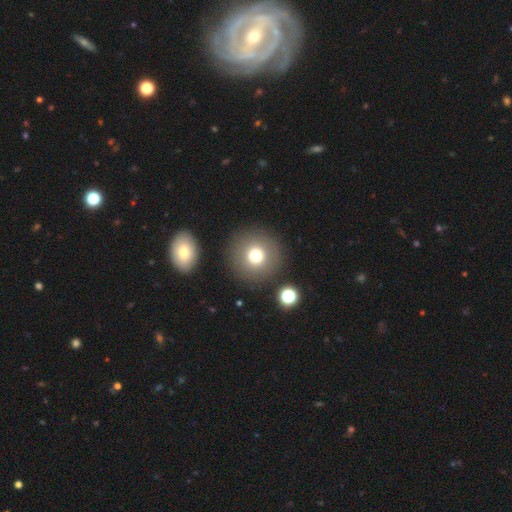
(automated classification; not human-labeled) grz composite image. It shows a smooth galaxy with no disk features (74%) that is round (95%). Merging: none (87%).